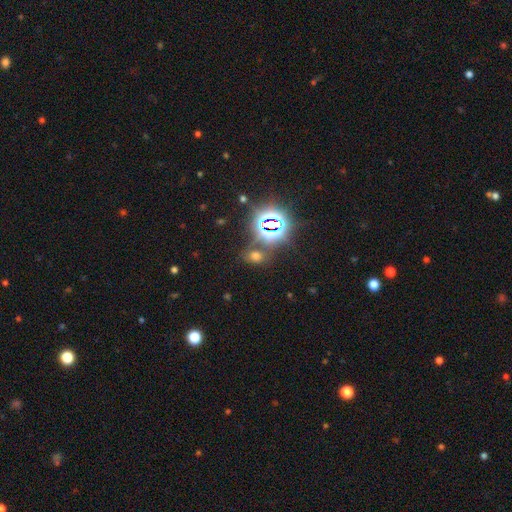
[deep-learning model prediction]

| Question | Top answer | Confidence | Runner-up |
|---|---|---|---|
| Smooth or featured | smooth | 48% | star or artifact (45%) |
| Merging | none | 69% | merger (13%) |